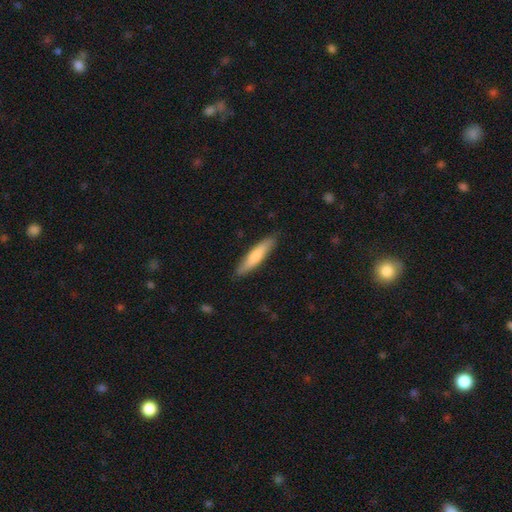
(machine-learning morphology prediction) Smooth or featured: smooth — 70% (featured or disk — 25%)
How rounded: cigar-shaped — 84% (in between — 14%)
Merging: none — 86% (minor disturbance — 11%)